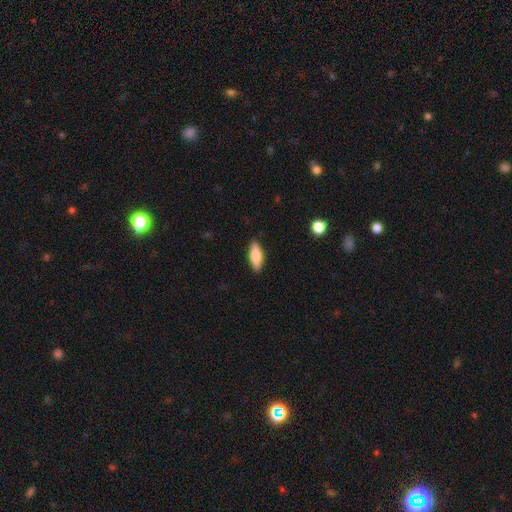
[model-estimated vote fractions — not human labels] The model was most divided on "how rounded": in between: 67%, cigar-shaped: 31%, round: 2%. More confident: merging — none (88%); smooth or featured — smooth (75%).